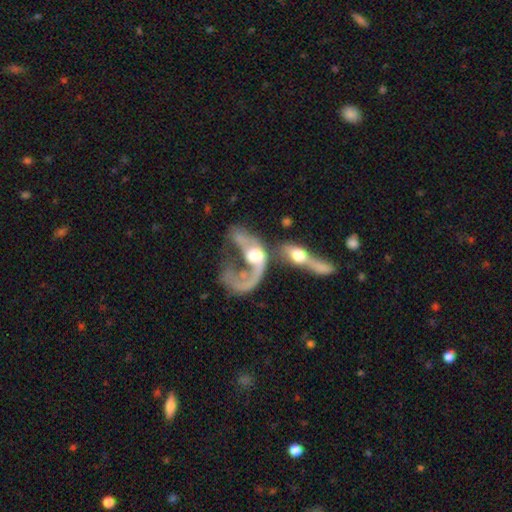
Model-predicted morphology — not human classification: Smooth or featured? Predicted: featured or disk (p=0.68). Edge-on disk? Predicted: no (p=0.91). Bar? Predicted: no (p=0.72). Spiral arms? Predicted: yes (p=0.60). Bulge size? Predicted: moderate (p=0.53). Merging? Predicted: merger (p=0.63).